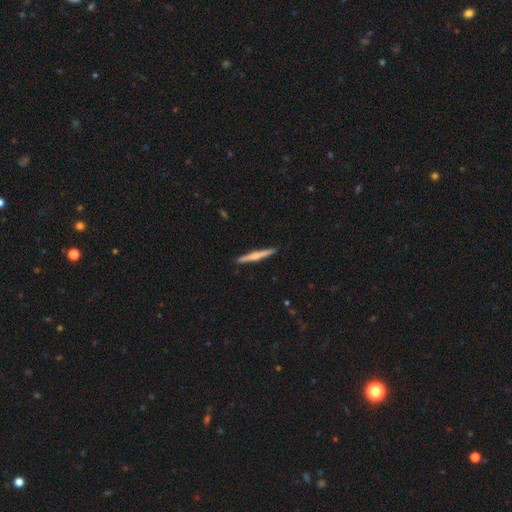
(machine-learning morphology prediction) Smooth or featured: featured or disk — 59% (smooth — 36%)
Edge-on disk: yes — 98% (no — 2%)
Edge-on bulge: rounded — 78% (none — 17%)
Merging: none — 92% (minor disturbance — 6%)